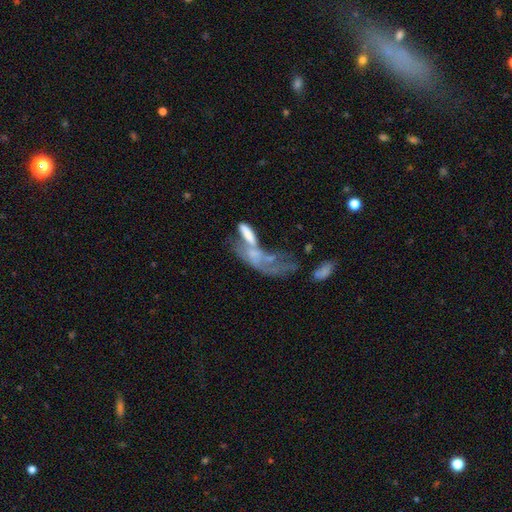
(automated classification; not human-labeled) A featured or disk galaxy (51%). Merging: merger (53%).